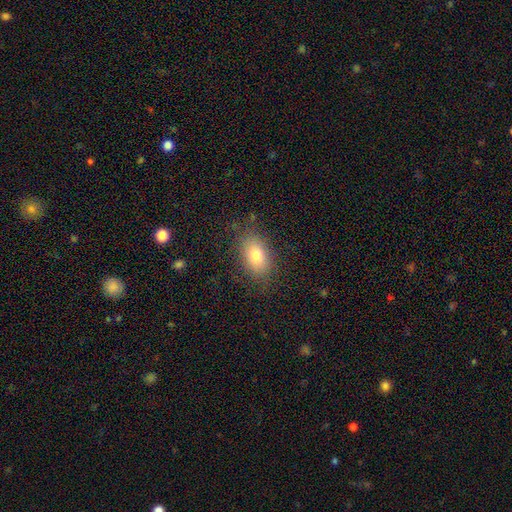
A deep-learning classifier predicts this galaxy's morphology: Q: Smooth or featured?
A: smooth (77%); runner-up: featured or disk (12%)
Q: How rounded?
A: in between (83%); runner-up: round (15%)
Q: Merging?
A: none (83%); runner-up: minor disturbance (12%)